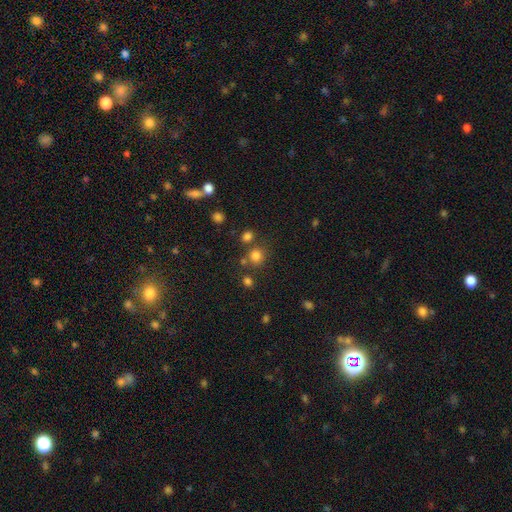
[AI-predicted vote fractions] Smooth or featured?
  - smooth: 77% *
  - star or artifact: 17%
  - featured or disk: 6%
How rounded?
  - round: 85% *
  - in between: 14%
  - cigar-shaped: 1%
Merging?
  - none: 71% *
  - merger: 15%
  - minor disturbance: 10%
  - major disturbance: 5%